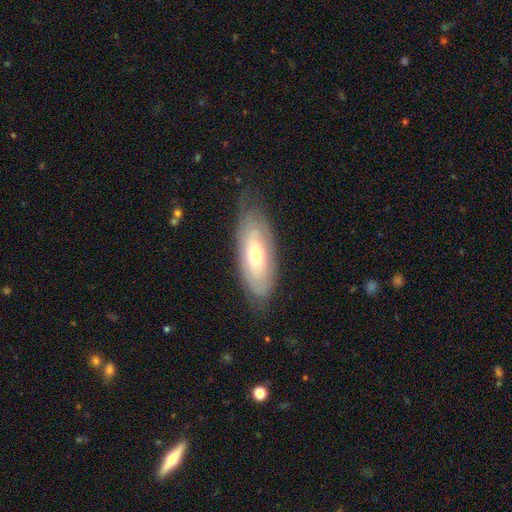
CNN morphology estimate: smooth_or_featured: featured or disk (p=0.47) [alt: smooth p=0.46]
merging: none (p=0.69) [alt: minor disturbance p=0.23]